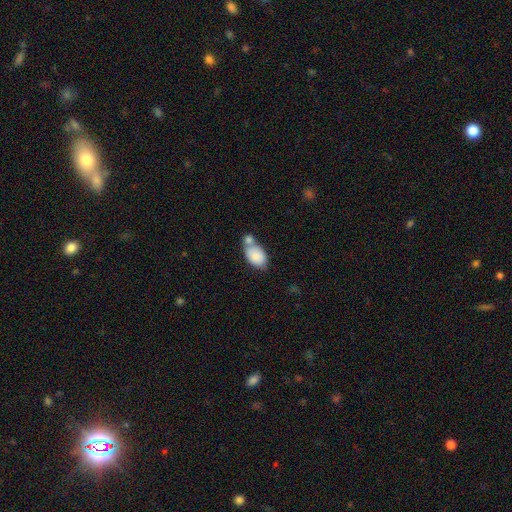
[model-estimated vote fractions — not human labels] The model was most divided on "merging": merger: 48%, none: 33%, minor disturbance: 14%, major disturbance: 5%. More confident: how rounded — in between (88%); smooth or featured — smooth (80%).